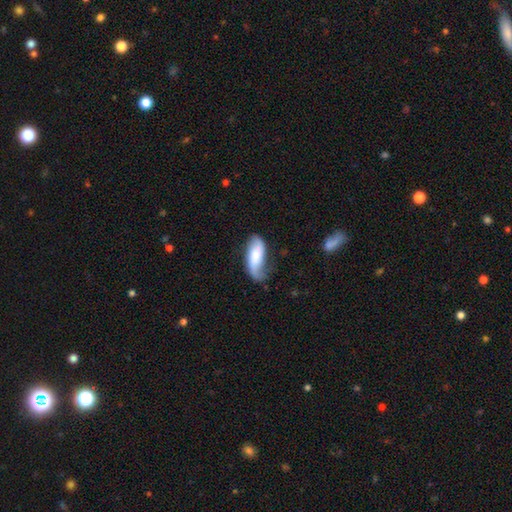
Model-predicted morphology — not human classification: A smooth galaxy with no disk features (50%). Merging: none (41%).